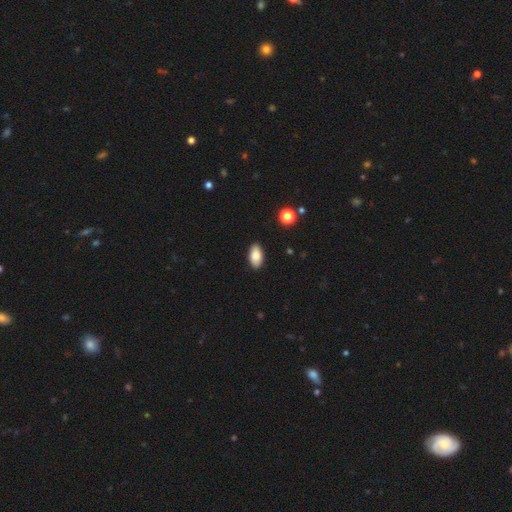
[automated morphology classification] Smooth or featured? Predicted: smooth (p=0.85). How rounded? Predicted: in between (p=0.94). Merging? Predicted: none (p=0.88).